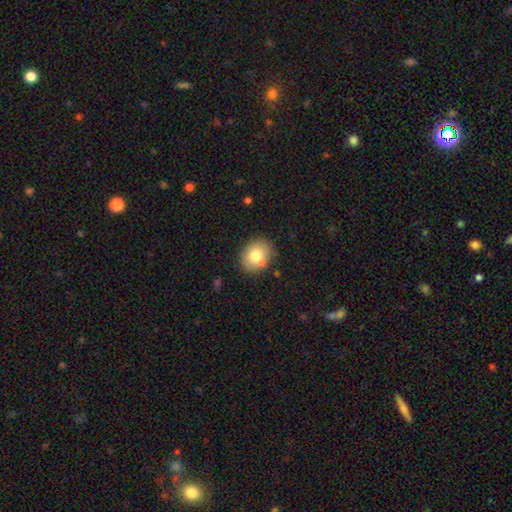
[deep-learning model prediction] Overall: smooth (74%). How rounded: round (57%; in between 42%). Merging: none (74%).